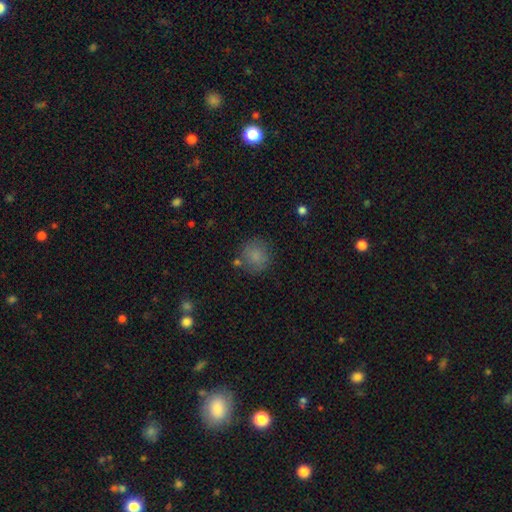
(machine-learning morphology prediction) This appears to be a smooth galaxy with no disk features (81%) that is round (86%). Merging: none (75%).